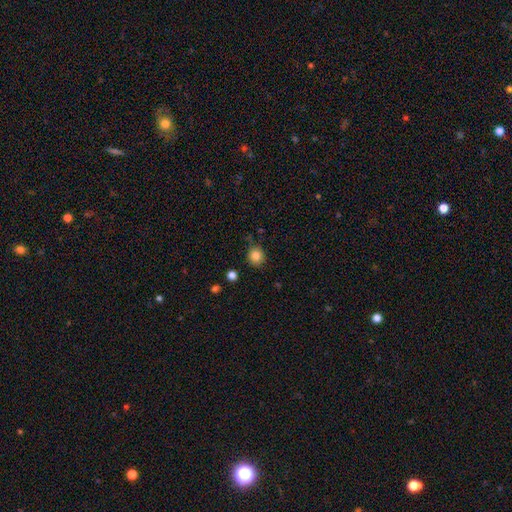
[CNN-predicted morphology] This is clearly a smooth galaxy (83%). How rounded: clearly round (87%). Merging: clearly none (82%).